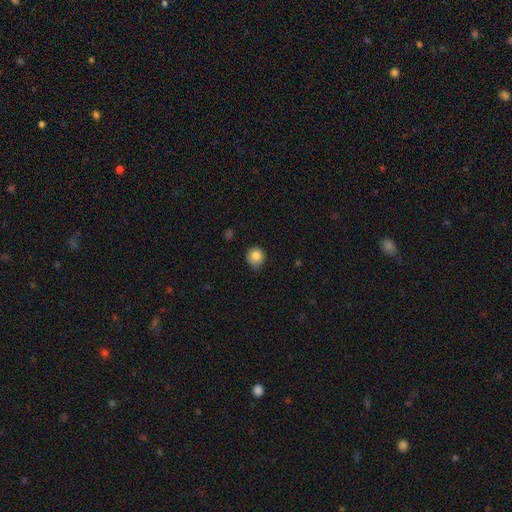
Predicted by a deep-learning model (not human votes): A smooth galaxy with no disk features (83%) that is round (87%). Merging: none (70%).